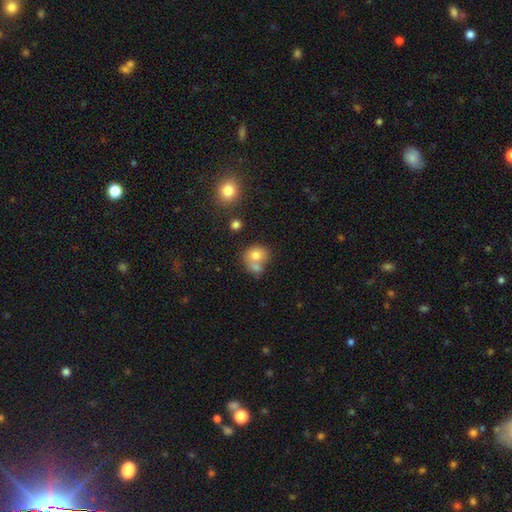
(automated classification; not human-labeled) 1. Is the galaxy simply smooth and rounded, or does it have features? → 75% smooth, 15% featured or disk, 10% star or artifact.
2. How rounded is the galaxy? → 70% round, 29% in between, 1% cigar-shaped.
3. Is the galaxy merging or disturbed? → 50% merger, 35% none, 10% minor disturbance, 5% major disturbance.